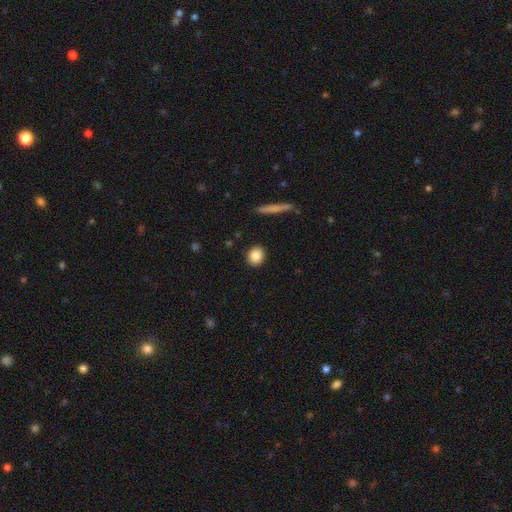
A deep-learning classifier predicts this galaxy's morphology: smooth-or-featured: smooth: 85% | star or artifact: 8% | featured or disk: 7%
  how-rounded: round: 72% | in between: 26% | cigar-shaped: 2%
  merging: none: 90% | minor disturbance: 6% | major disturbance: 2% | merger: 1%